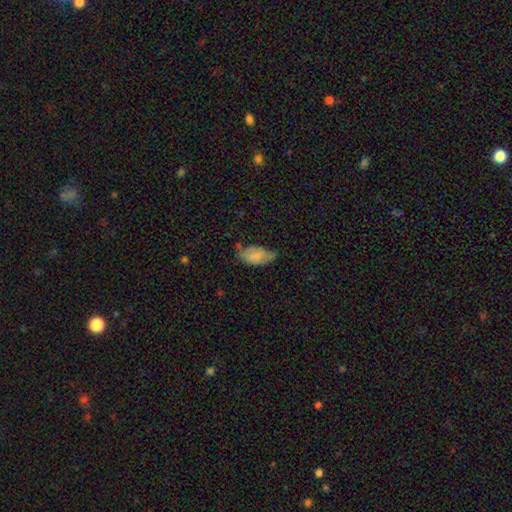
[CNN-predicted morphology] Smooth or featured?
  - smooth: 65% *
  - featured or disk: 28%
  - star or artifact: 7%
How rounded?
  - in between: 93% *
  - round: 4%
  - cigar-shaped: 3%
Merging?
  - none: 45% *
  - minor disturbance: 40%
  - major disturbance: 12%
  - merger: 3%